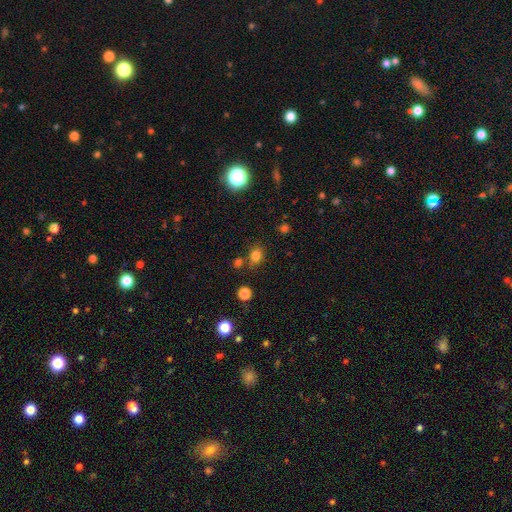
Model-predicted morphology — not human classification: This is likely a smooth galaxy (78%). How rounded: possibly round (54%). Merging: likely none (70%).